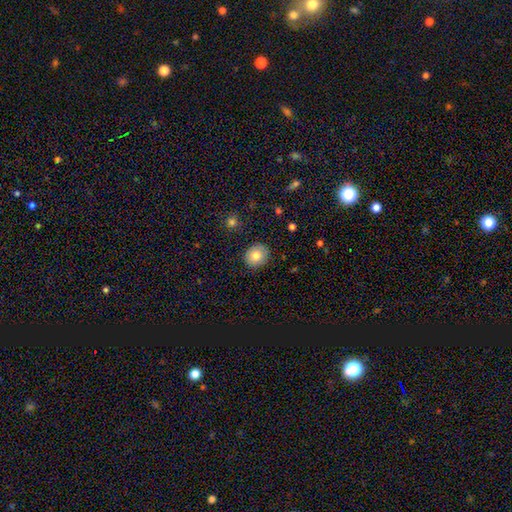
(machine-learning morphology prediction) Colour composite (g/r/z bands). It shows a smooth galaxy with no disk features (79%) that is round (79%). Merging: none (89%).